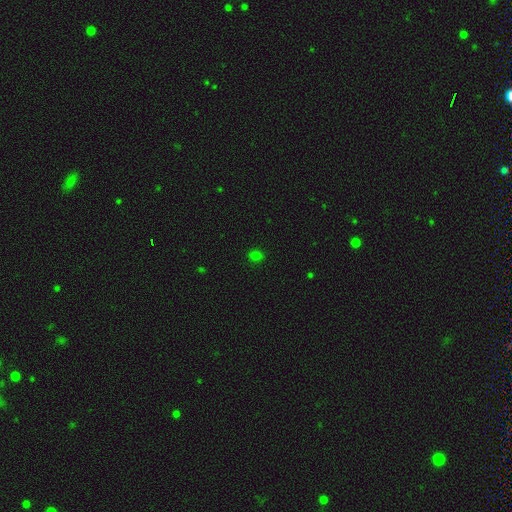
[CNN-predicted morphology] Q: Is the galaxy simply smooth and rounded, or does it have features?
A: smooth — 76%.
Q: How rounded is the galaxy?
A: round — 59%.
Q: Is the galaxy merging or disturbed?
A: none — 88%.